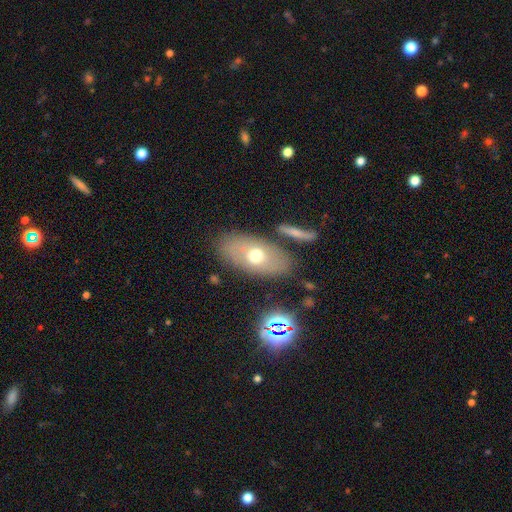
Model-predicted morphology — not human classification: type=smooth (59%); roundness=in between (89%); merging=none (78%).